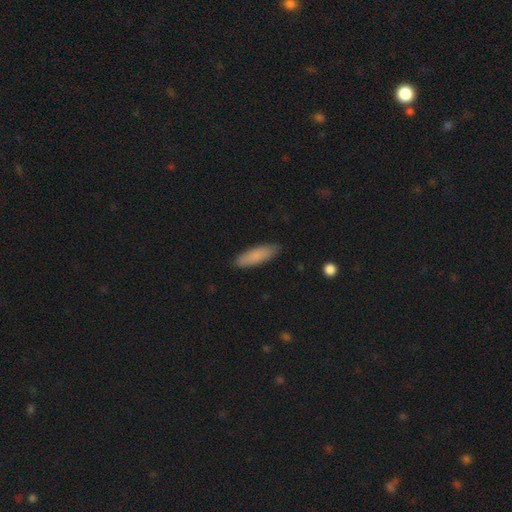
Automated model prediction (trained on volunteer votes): Morphology: type=smooth (84%); roundness=cigar-shaped (58%); merging=none (86%).